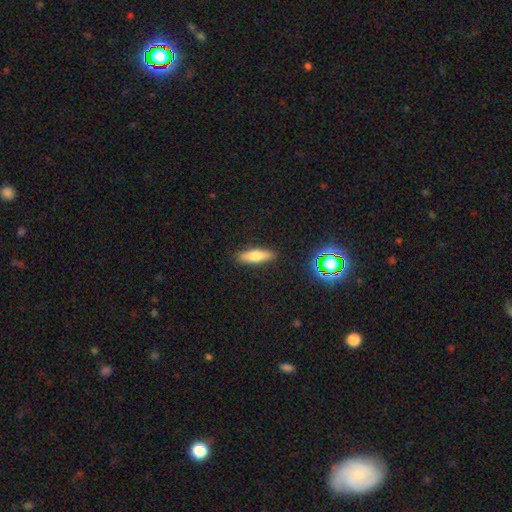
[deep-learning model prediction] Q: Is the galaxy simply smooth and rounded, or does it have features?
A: smooth — 67%.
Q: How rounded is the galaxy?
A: cigar-shaped — 55%.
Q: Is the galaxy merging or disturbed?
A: none — 89%.